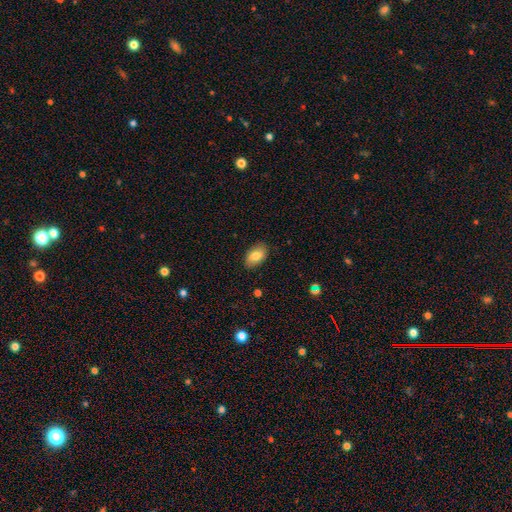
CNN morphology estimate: smooth_or_featured: smooth (p=0.79) [alt: featured or disk p=0.13]
how_rounded: in between (p=0.91) [alt: round p=0.07]
merging: none (p=0.86) [alt: minor disturbance p=0.11]